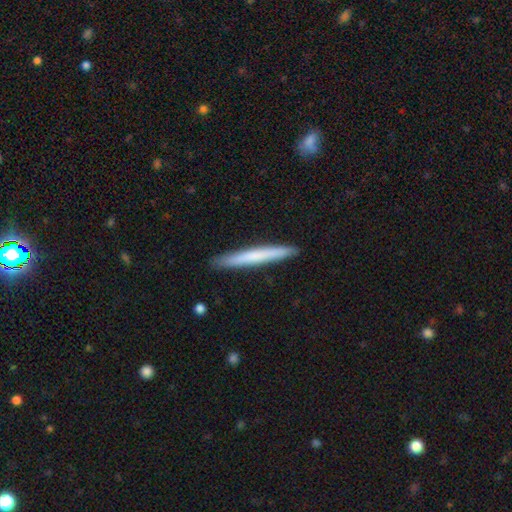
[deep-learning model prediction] Smooth or featured: smooth — 65% (featured or disk — 30%)
How rounded: cigar-shaped — 97% (in between — 2%)
Merging: none — 91% (minor disturbance — 6%)